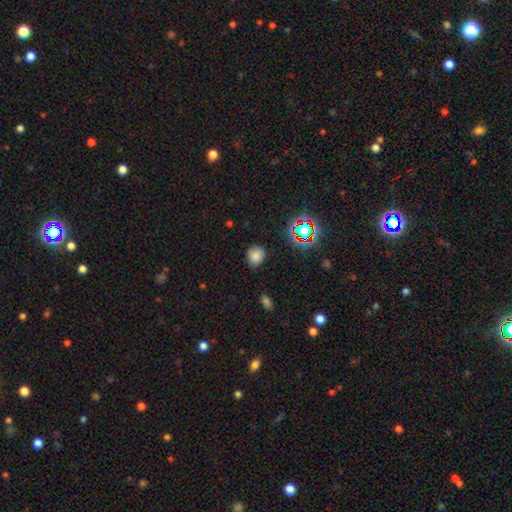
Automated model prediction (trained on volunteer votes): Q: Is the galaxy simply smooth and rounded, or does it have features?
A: smooth — 78%.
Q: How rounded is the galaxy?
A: round — 79%.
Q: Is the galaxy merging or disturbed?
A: none — 83%.